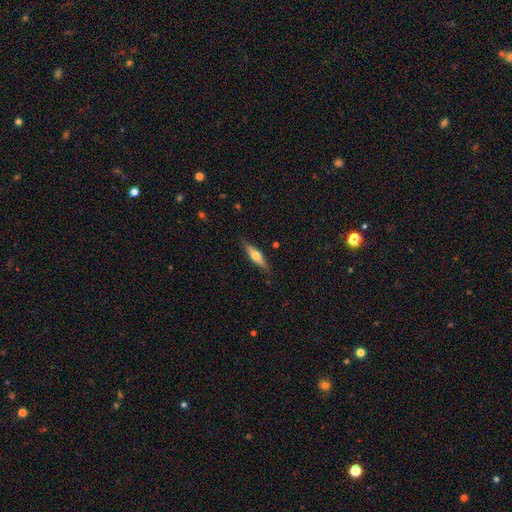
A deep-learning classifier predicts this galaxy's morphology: Smooth or featured: smooth — 48% (featured or disk — 47%)
Merging: none — 85% (minor disturbance — 11%)